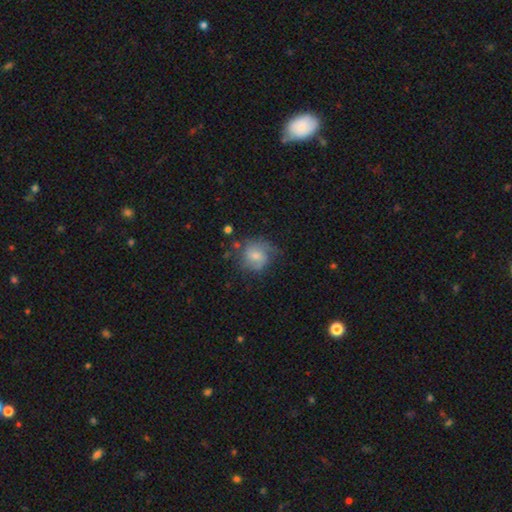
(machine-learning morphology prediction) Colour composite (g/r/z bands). It shows a smooth galaxy with no disk features (54%) that is round (76%). Merging: none (50%).